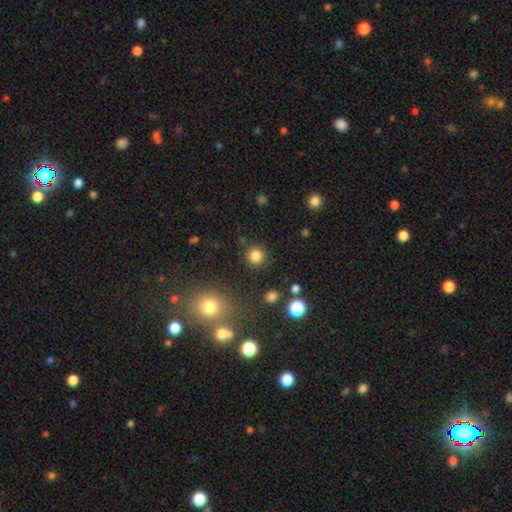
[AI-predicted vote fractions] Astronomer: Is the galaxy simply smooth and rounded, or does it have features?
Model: smooth — 82%.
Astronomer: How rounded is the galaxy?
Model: round — 93%.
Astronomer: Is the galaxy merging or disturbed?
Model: none — 88%.